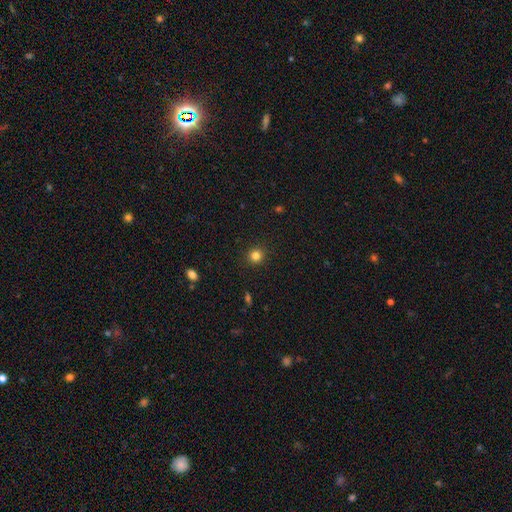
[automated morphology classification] smooth_or_featured: smooth (p=0.82) [alt: star or artifact p=0.13]
how_rounded: round (p=0.90) [alt: in between p=0.09]
merging: none (p=0.92) [alt: minor disturbance p=0.06]